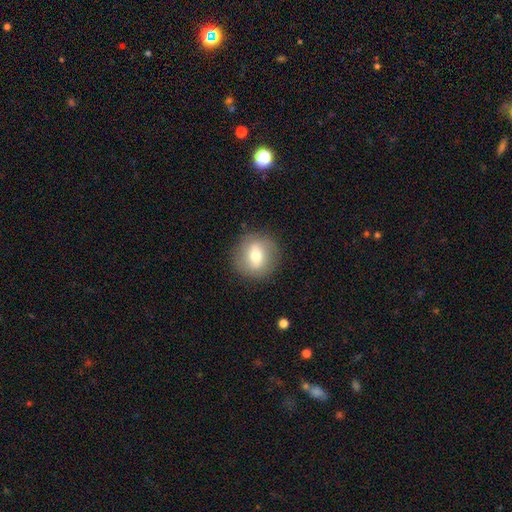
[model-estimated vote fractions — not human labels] Smooth or featured? Predicted: smooth (p=0.63). How rounded? Predicted: round (p=0.86). Merging? Predicted: none (p=0.86).